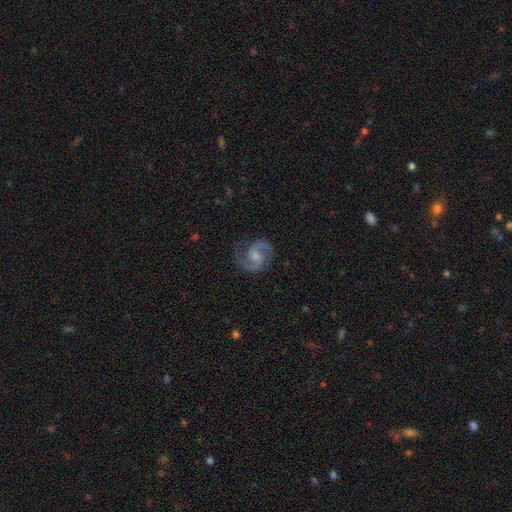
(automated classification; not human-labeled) Smooth or featured? Predicted: featured or disk (p=0.89). Edge-on disk? Predicted: no (p=0.98). Bar? Predicted: no (p=0.50). Spiral arms? Predicted: yes (p=0.98). Spiral winding? Predicted: medium (p=0.59). Spiral arm count? Predicted: 2 (p=0.93). Bulge size? Predicted: moderate (p=0.43). Merging? Predicted: none (p=0.80).